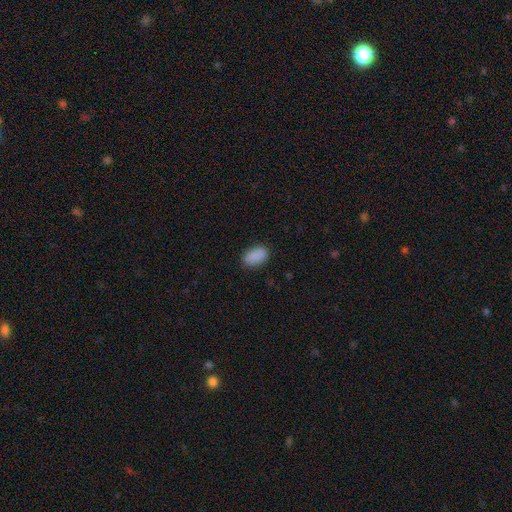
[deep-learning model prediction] A smooth galaxy with no disk features (89%) that is in between round and cigar-shaped (91%).

Vote fractions:
- Smooth or featured? smooth: 89% / star or artifact: 8% / featured or disk: 3%
- How rounded? in between: 91% / round: 7% / cigar-shaped: 1%
- Merging? none: 85% / minor disturbance: 11% / major disturbance: 3% / merger: 1%